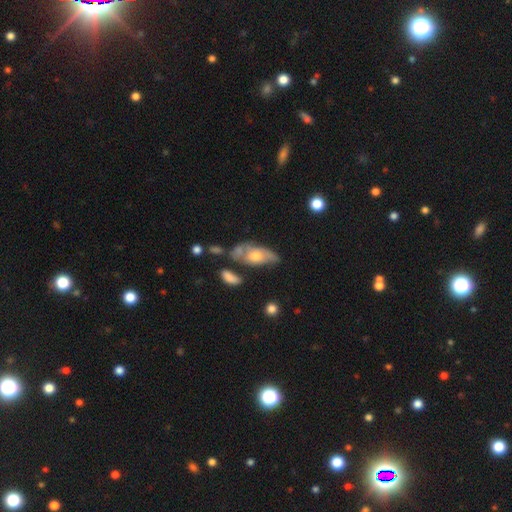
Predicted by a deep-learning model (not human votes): A featured or disk galaxy (47%, tied with smooth). Merging: none (37%).